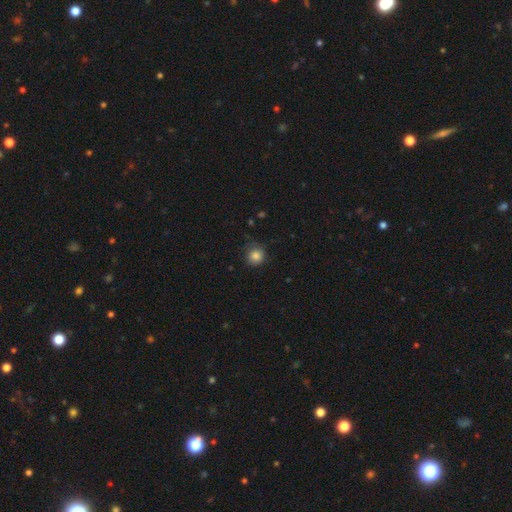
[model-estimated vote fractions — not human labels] smooth-or-featured: smooth: 85% | star or artifact: 10% | featured or disk: 5%
  how-rounded: round: 90% | in between: 9% | cigar-shaped: 1%
  merging: none: 75% | minor disturbance: 19% | major disturbance: 5% | merger: 1%